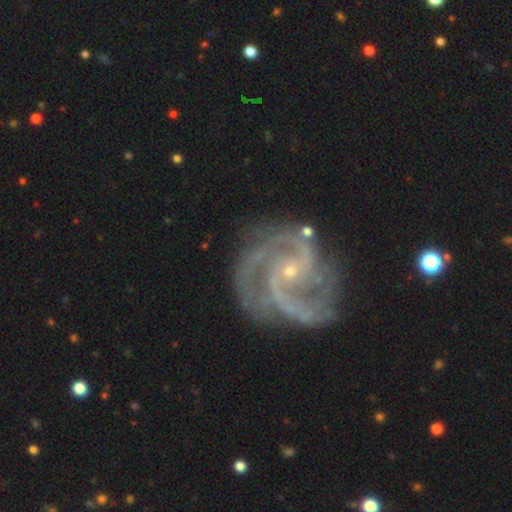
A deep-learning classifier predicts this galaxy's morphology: Overall: featured or disk (89%). Edge-on disk: no (98%). Bar: no (49%; weak 36%). Spiral arms: yes (97%). Spiral arm count: 2 (44%; 3 22%). Spiral winding: medium (53%; tight 30%). Bulge size: small (85%). Merging: none (66%).